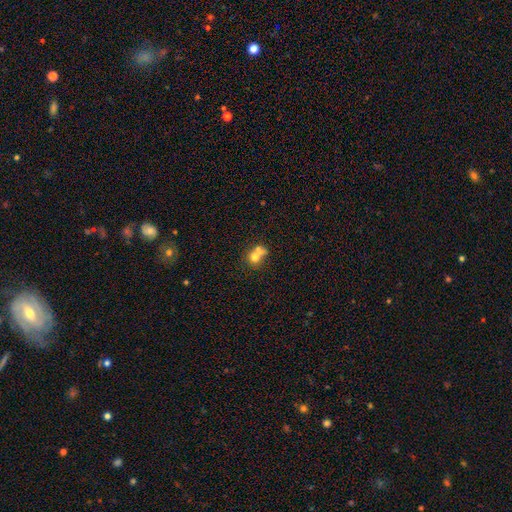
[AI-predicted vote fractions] smooth 67%, featured or disk 20%, star or artifact 13%. Down the decision tree: how rounded — round (71%); merging — merger (57%).